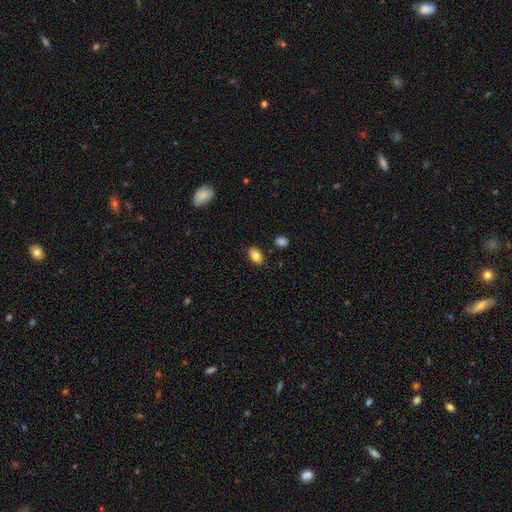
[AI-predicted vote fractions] smooth 84%, star or artifact 9%, featured or disk 7%. Down the decision tree: how rounded — in between (83%); merging — none (85%).